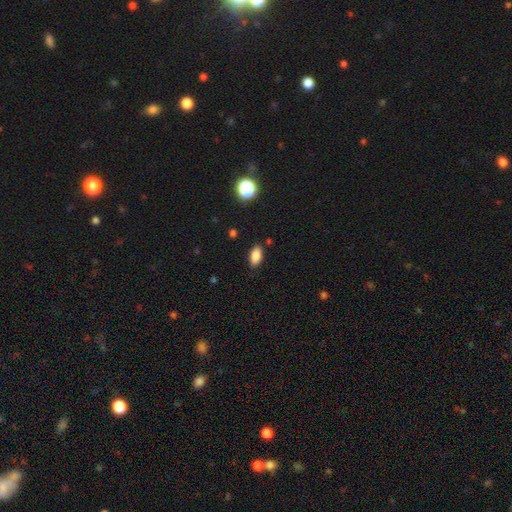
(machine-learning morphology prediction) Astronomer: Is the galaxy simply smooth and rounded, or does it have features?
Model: smooth — 85%.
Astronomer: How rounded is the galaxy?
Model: in between — 90%.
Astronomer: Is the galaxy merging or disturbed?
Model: none — 86%.